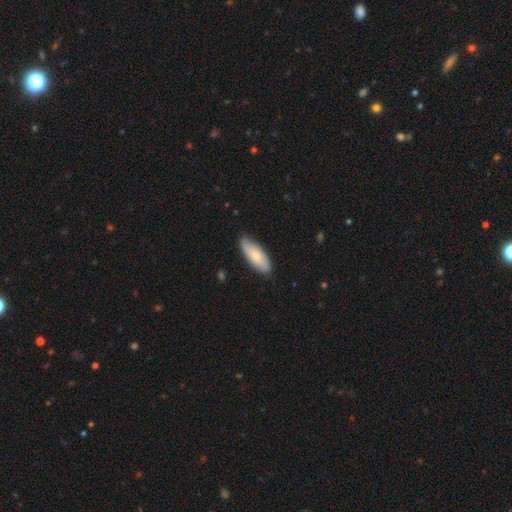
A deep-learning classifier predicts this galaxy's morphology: Smooth or featured? smooth (66%)
How rounded? in between (76%)
Merging? none (77%)